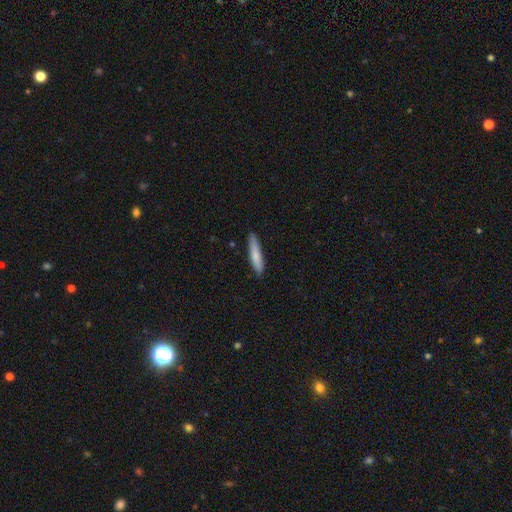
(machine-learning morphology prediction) Overall: smooth (78%). How rounded: cigar-shaped (90%). Merging: none (88%).